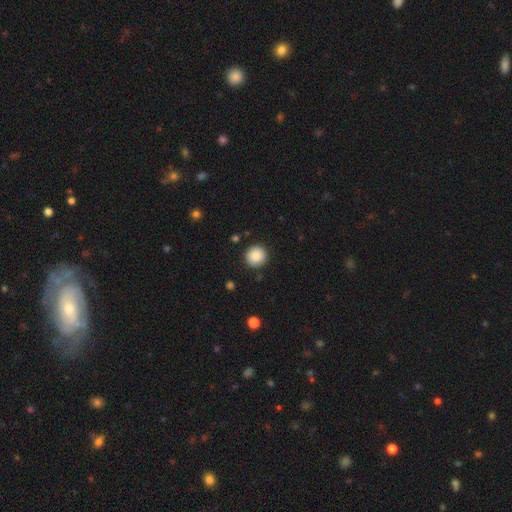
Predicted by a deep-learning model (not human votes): This appears to be a smooth galaxy with no disk features (87%) that is round (94%). Merging: none (91%).